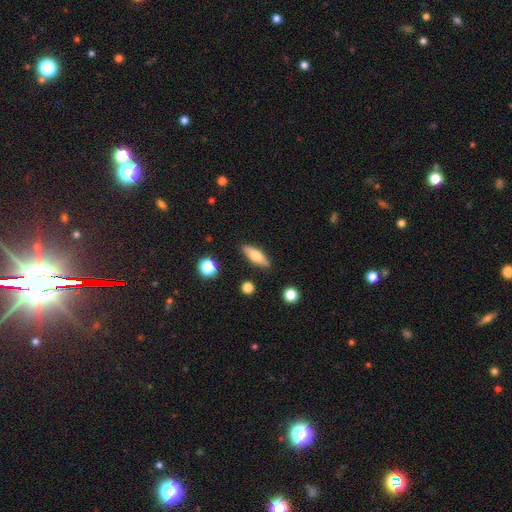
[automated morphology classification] smooth-or-featured: smooth: 55% | featured or disk: 38% | star or artifact: 7%
  how-rounded: in between: 50% | cigar-shaped: 47% | round: 3%
  merging: none: 86% | minor disturbance: 10% | major disturbance: 2% | merger: 2%